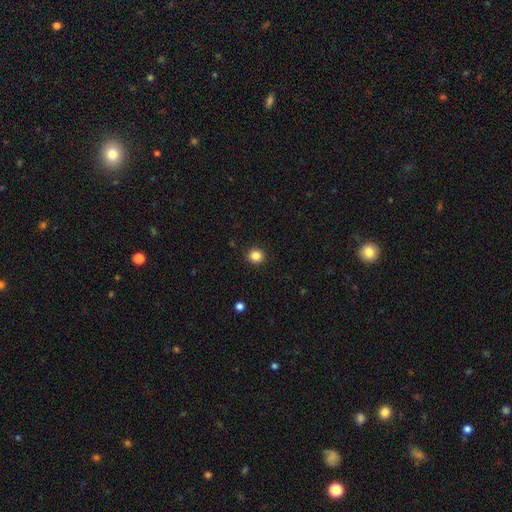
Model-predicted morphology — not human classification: Smooth or featured: smooth — 84% (star or artifact — 11%)
How rounded: round — 90% (in between — 9%)
Merging: none — 92% (minor disturbance — 5%)